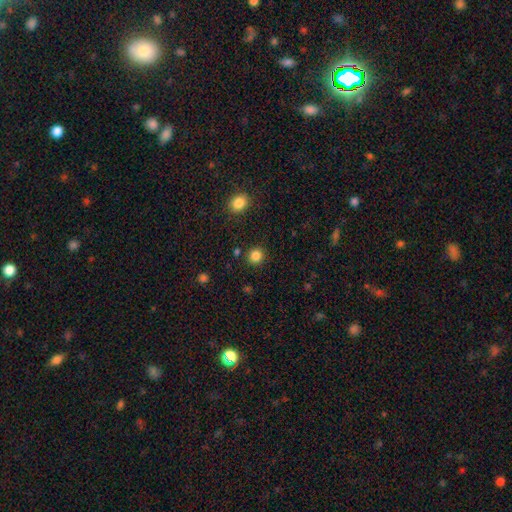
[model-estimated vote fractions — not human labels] Morphology: type=smooth (84%); roundness=round (90%); merging=none (89%).